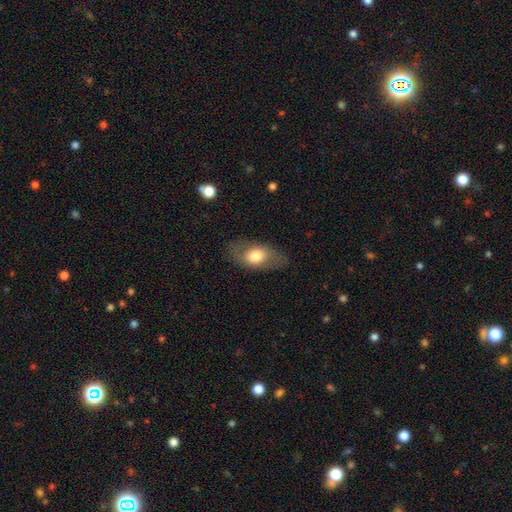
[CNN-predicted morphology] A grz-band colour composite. It shows a smooth galaxy with no disk features (64%) that is in between round and cigar-shaped (85%). Merging: none (77%).